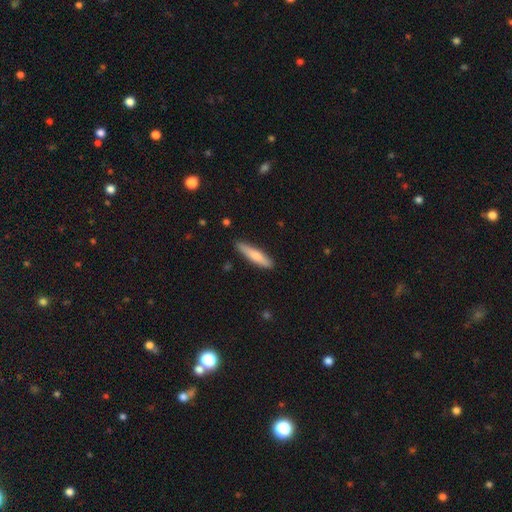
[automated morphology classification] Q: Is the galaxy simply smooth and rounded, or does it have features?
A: smooth — 72%.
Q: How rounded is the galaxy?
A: cigar-shaped — 84%.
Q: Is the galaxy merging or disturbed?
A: none — 88%.